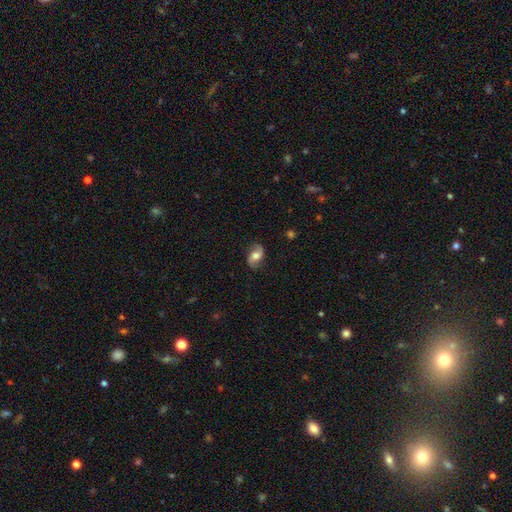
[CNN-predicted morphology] Q: Smooth or featured?
A: featured or disk (63%); runner-up: smooth (29%)
Q: Edge-on disk?
A: no (96%); runner-up: yes (4%)
Q: Bar?
A: no (60%); runner-up: weak (31%)
Q: Spiral arms?
A: yes (90%); runner-up: no (10%)
Q: Spiral winding?
A: loose (59%); runner-up: medium (30%)
Q: Spiral arm count?
A: 2 (91%); runner-up: can't tell (3%)
Q: Bulge size?
A: moderate (61%); runner-up: large (24%)
Q: Merging?
A: none (81%); runner-up: minor disturbance (14%)